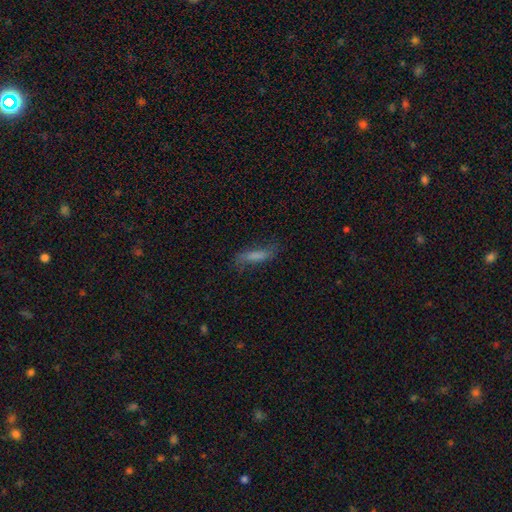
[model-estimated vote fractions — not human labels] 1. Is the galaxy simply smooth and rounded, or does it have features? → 67% smooth, 24% featured or disk, 9% star or artifact.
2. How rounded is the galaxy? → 68% cigar-shaped, 30% in between, 2% round.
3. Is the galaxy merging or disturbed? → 65% none, 23% minor disturbance, 10% major disturbance, 2% merger.